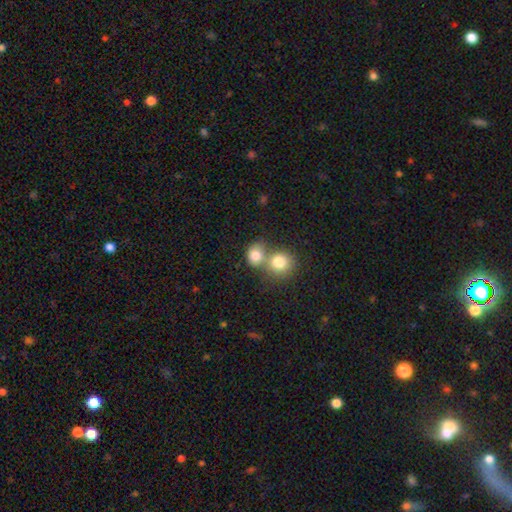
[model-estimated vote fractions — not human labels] Smooth or featured? smooth (81%)
How rounded? round (76%)
Merging? merger (56%)